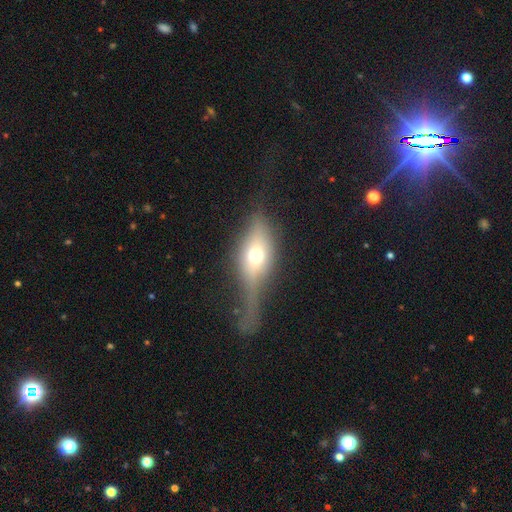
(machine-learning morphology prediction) Overall: smooth (51%; featured or disk 37%). How rounded: in between (69%). Merging: none (40%; major disturbance 31%).